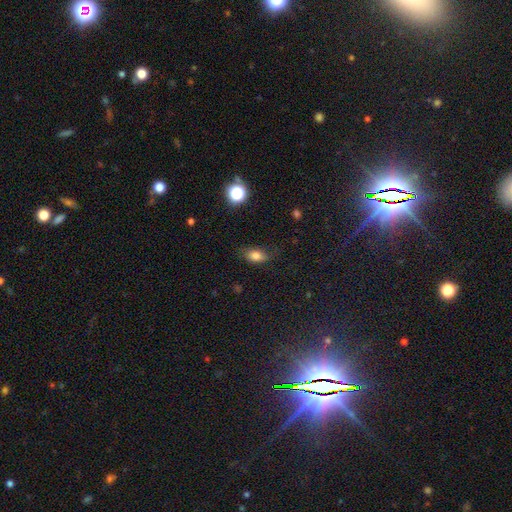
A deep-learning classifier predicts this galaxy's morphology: smooth 80%, star or artifact 11%, featured or disk 9%. Down the decision tree: how rounded — in between (82%); merging — none (74%).